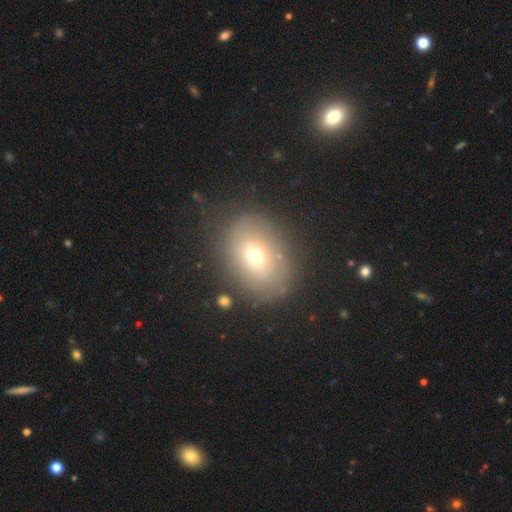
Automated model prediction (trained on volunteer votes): A smooth galaxy with no disk features (63%) that is in between round and cigar-shaped (64%).

Vote fractions:
- Smooth or featured? smooth: 63% / featured or disk: 24% / star or artifact: 13%
- How rounded? in between: 64% / round: 35% / cigar-shaped: 1%
- Merging? none: 74% / minor disturbance: 16% / major disturbance: 8% / merger: 3%